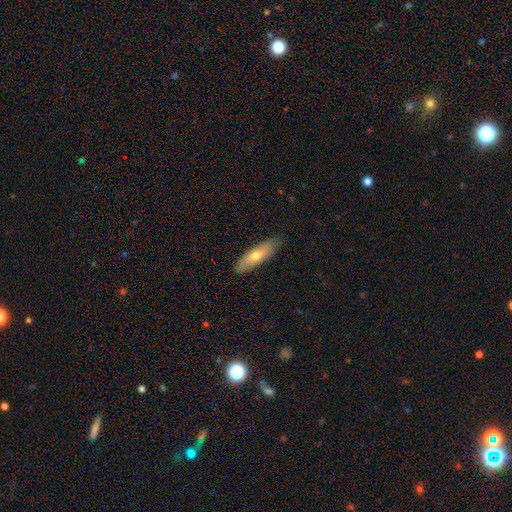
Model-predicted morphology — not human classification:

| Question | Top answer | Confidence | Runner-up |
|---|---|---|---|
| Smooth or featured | smooth | 61% | featured or disk (33%) |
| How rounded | cigar-shaped | 64% | in between (34%) |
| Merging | none | 86% | minor disturbance (11%) |